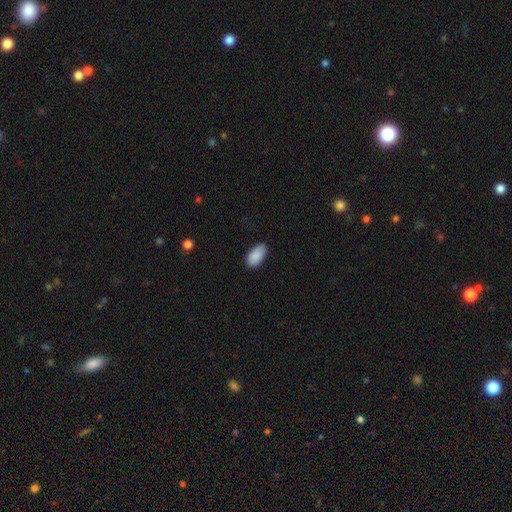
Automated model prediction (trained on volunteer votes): Q: Smooth or featured?
A: smooth (90%); runner-up: star or artifact (7%)
Q: How rounded?
A: in between (95%); runner-up: round (3%)
Q: Merging?
A: none (83%); runner-up: minor disturbance (14%)